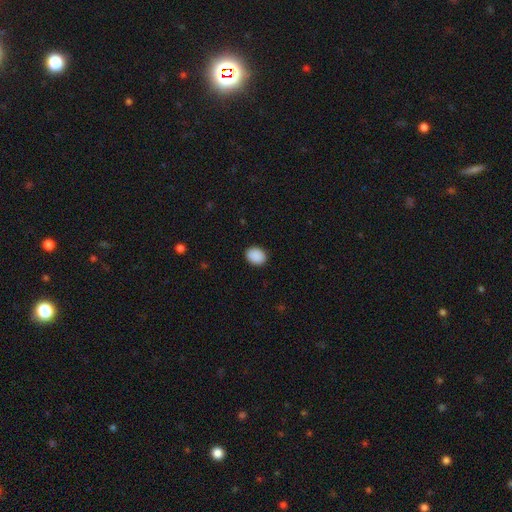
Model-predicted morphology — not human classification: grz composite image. It shows a smooth galaxy with no disk features (90%) that is in between round and cigar-shaped (53%). Merging: none (90%).